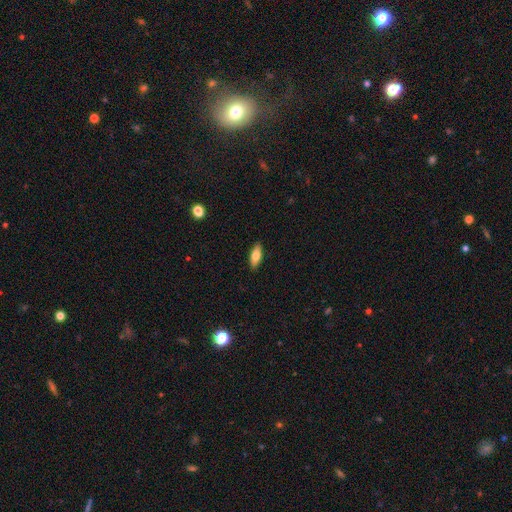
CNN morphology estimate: smooth 72%, featured or disk 22%, star or artifact 6%. Down the decision tree: how rounded — in between (73%); merging — none (89%).